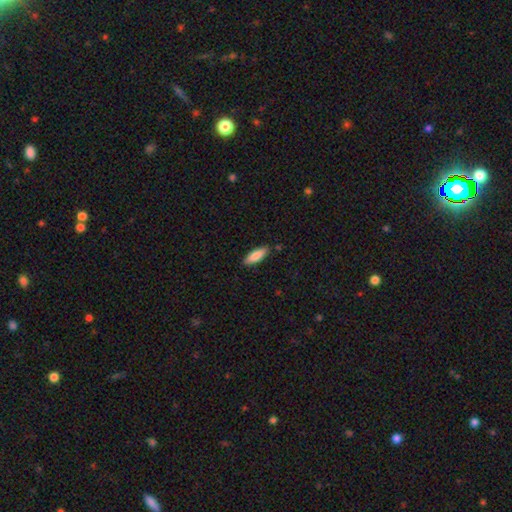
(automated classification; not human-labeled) Q: Smooth or featured?
A: smooth (86%); runner-up: featured or disk (9%)
Q: How rounded?
A: in between (61%); runner-up: cigar-shaped (38%)
Q: Merging?
A: none (86%); runner-up: minor disturbance (11%)